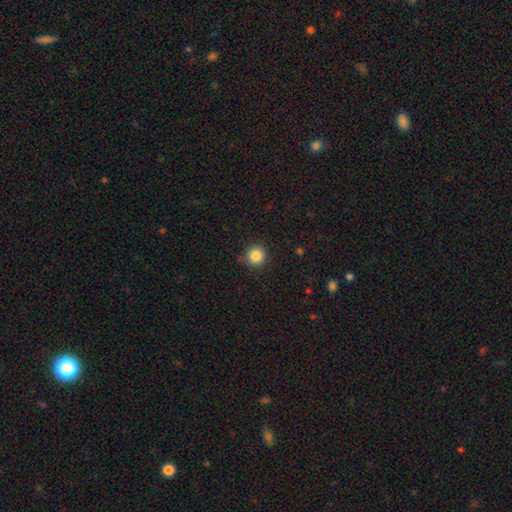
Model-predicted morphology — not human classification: A smooth galaxy with no disk features (85%) that is round (95%). Merging: none (88%).